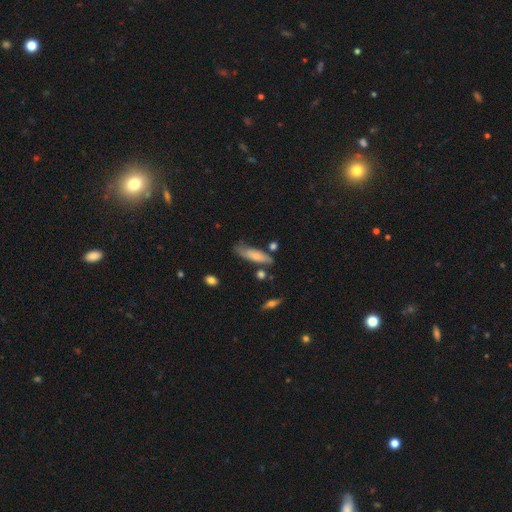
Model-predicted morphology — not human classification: A smooth galaxy with no disk features (69%) that is cigar-shaped (57%).

Vote fractions:
- Smooth or featured? smooth: 69% / featured or disk: 25% / star or artifact: 6%
- How rounded? cigar-shaped: 57% / in between: 41% / round: 2%
- Merging? none: 63% / minor disturbance: 25% / merger: 6% / major disturbance: 5%